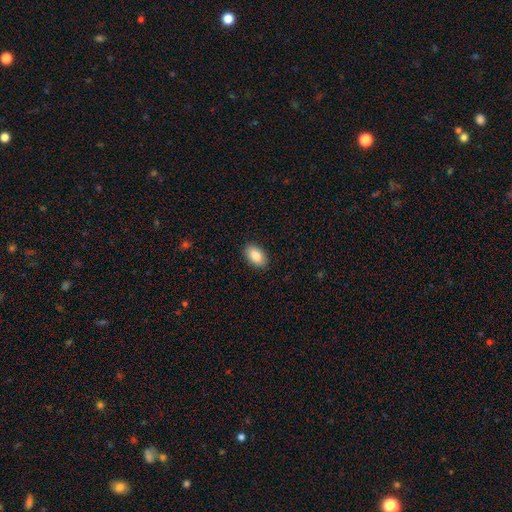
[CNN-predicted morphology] Overall: smooth (86%). How rounded: in between (93%). Merging: none (89%).